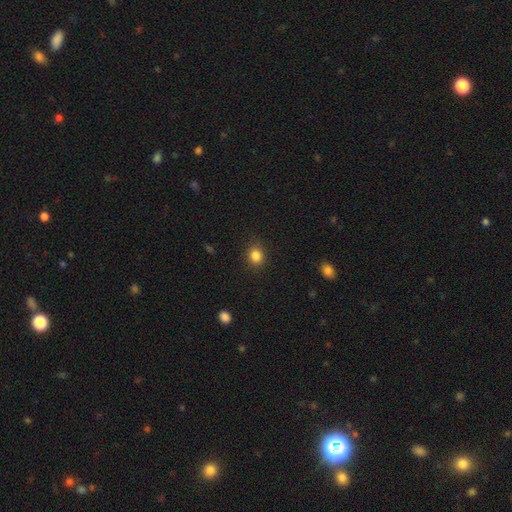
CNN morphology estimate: A smooth galaxy with no disk features (85%) that is round (66%). Merging: none (87%).